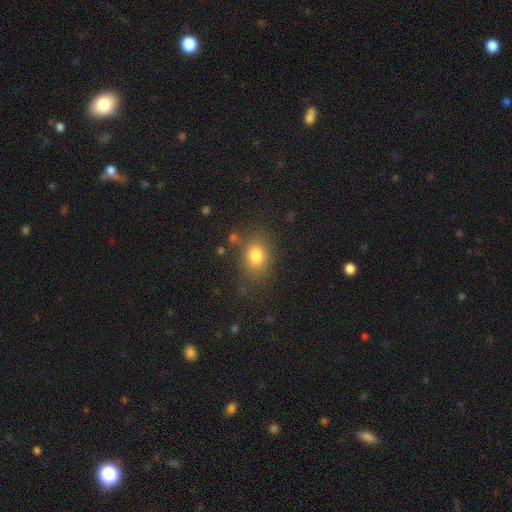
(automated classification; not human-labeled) The model was most divided on "how rounded": in between: 61%, round: 38%, cigar-shaped: 1%. More confident: smooth or featured — smooth (80%); merging — none (78%).